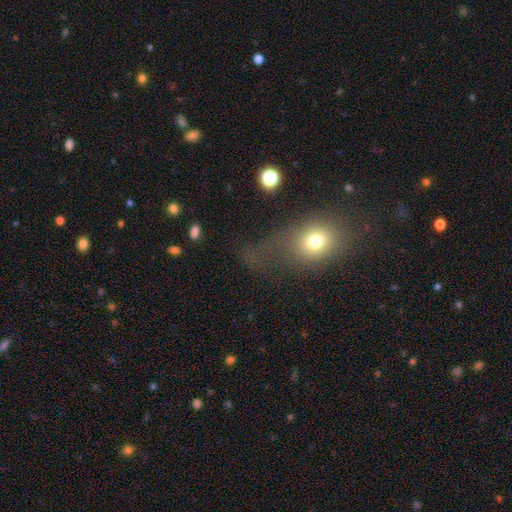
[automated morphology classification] A smooth galaxy with no disk features (63%) that is round (51%).

Vote fractions:
- Smooth or featured? smooth: 63% / star or artifact: 22% / featured or disk: 15%
- How rounded? round: 51% / in between: 44% / cigar-shaped: 4%
- Merging? none: 46% / major disturbance: 29% / minor disturbance: 21% / merger: 5%